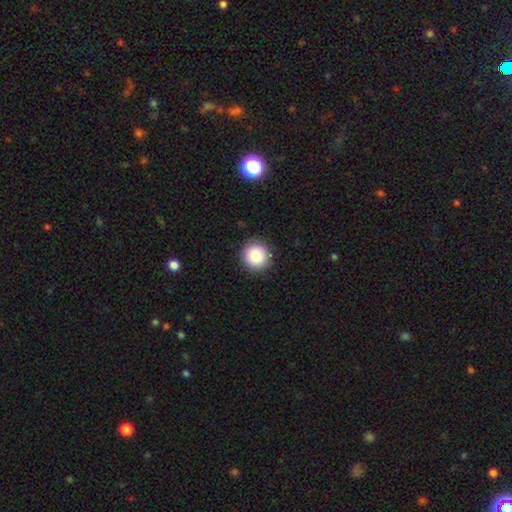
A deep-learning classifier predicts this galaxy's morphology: Q: Smooth or featured?
A: smooth (84%); runner-up: star or artifact (9%)
Q: How rounded?
A: round (95%); runner-up: in between (4%)
Q: Merging?
A: none (92%); runner-up: minor disturbance (6%)